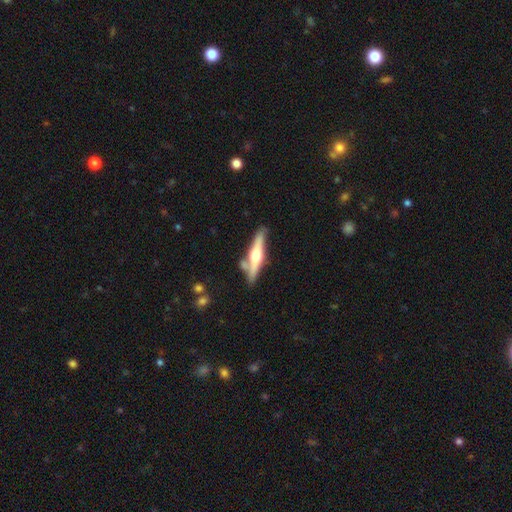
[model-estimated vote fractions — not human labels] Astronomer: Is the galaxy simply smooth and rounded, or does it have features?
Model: featured or disk — 64%.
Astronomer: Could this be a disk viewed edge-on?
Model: yes — 95%.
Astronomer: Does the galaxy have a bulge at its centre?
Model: rounded — 87%.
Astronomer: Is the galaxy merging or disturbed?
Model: none — 67%.